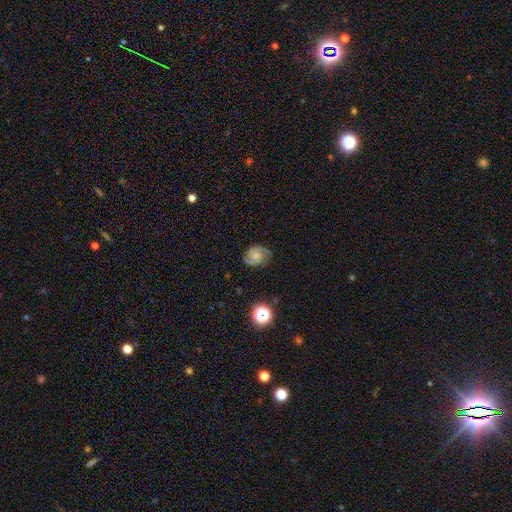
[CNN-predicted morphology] type=featured or disk (72%); edge-on=no (98%); bar=no (71%); spiral arms=yes (95%); winding=tight (49%); arm count=2 (82%); bulge=small (49%); merging=none (77%).